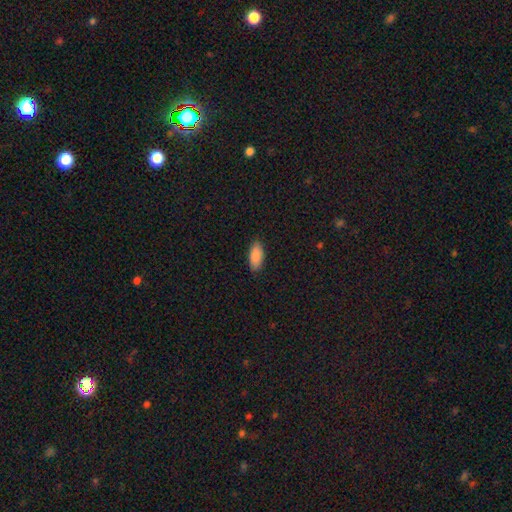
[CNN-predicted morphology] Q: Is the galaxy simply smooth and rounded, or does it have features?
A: smooth — 89%.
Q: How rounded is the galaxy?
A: in between — 85%.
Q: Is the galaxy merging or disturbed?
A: none — 88%.